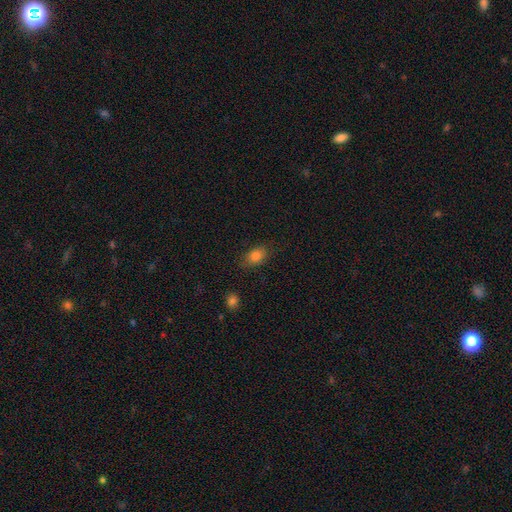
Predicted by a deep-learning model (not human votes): smooth_or_featured: smooth (p=0.83) [alt: star or artifact p=0.11]
how_rounded: in between (p=0.80) [alt: round p=0.18]
merging: none (p=0.79) [alt: minor disturbance p=0.15]